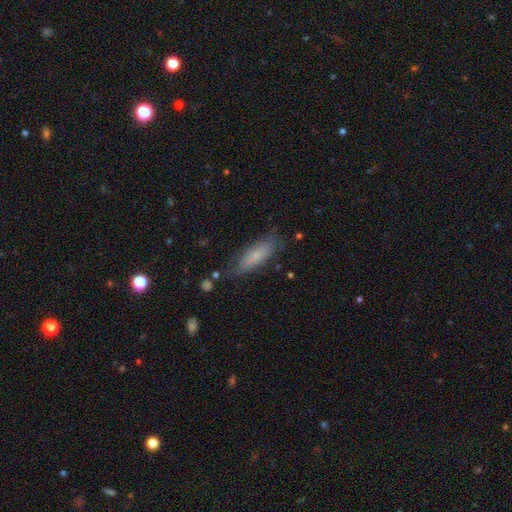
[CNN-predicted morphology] smooth-or-featured: smooth: 70% | featured or disk: 23% | star or artifact: 7%
  how-rounded: in between: 56% | cigar-shaped: 42% | round: 2%
  merging: none: 68% | minor disturbance: 23% | major disturbance: 7% | merger: 3%